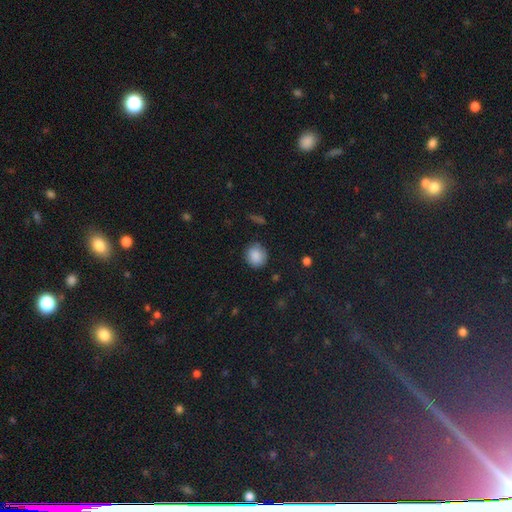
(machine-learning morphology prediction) Smooth or featured?
  - smooth: 87% *
  - star or artifact: 9%
  - featured or disk: 4%
How rounded?
  - round: 83% *
  - in between: 16%
  - cigar-shaped: 1%
Merging?
  - none: 85% *
  - minor disturbance: 11%
  - major disturbance: 3%
  - merger: 1%